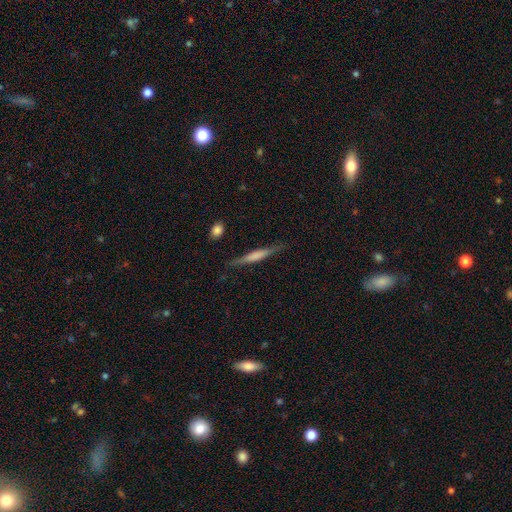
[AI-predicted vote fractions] Q: Smooth or featured?
A: smooth (47%); tied with: featured or disk (47%)
Q: Merging?
A: none (83%); runner-up: minor disturbance (12%)